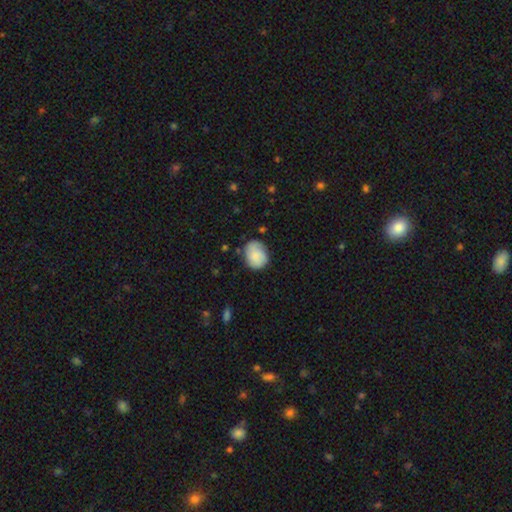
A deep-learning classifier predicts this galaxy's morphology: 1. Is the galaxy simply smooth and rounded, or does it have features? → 74% smooth, 19% featured or disk, 7% star or artifact.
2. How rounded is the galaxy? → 51% round, 48% in between, 1% cigar-shaped.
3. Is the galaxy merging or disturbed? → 67% none, 24% minor disturbance, 6% major disturbance, 2% merger.